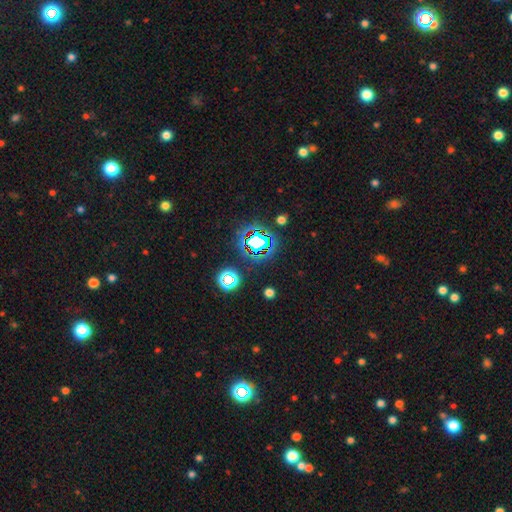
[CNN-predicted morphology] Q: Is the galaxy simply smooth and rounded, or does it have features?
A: star or artifact — 75%.